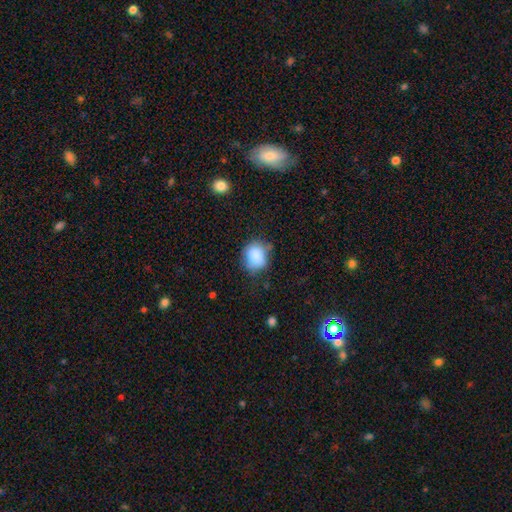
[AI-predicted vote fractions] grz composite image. It shows a smooth galaxy with no disk features (84%) that is round (64%). Merging: none (60%).